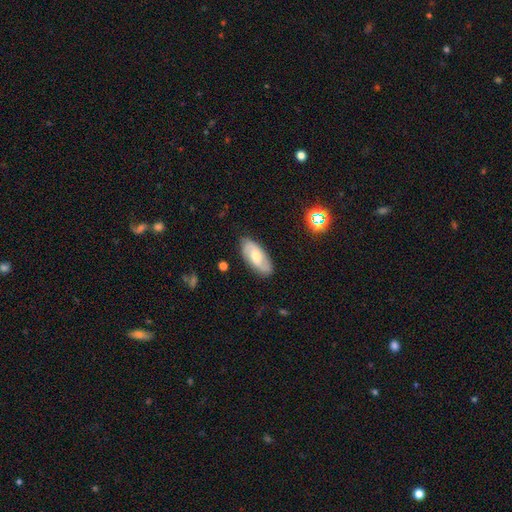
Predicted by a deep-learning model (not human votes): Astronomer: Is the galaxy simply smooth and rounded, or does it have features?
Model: featured or disk — 57% (runner-up: smooth, 36%).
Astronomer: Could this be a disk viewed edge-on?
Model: no — 90%.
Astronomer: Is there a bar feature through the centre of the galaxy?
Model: no — 58% (runner-up: weak, 34%).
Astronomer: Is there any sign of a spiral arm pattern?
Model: yes — 85%.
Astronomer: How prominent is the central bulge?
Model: moderate — 59%.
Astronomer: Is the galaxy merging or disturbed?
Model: none — 84%.